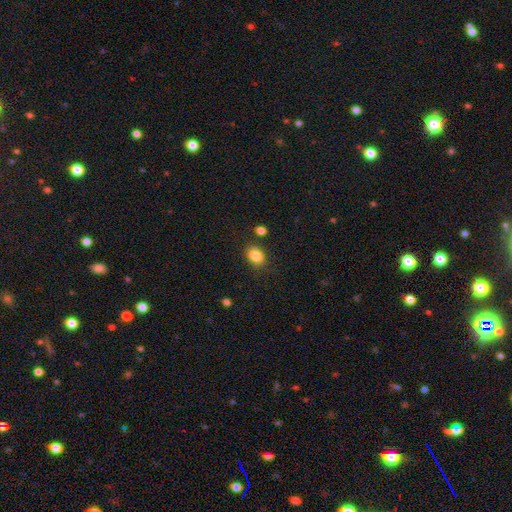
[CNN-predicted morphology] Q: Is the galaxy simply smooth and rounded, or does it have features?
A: smooth — 85%.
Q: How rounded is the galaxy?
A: in between — 64%.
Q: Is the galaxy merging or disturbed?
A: none — 81%.